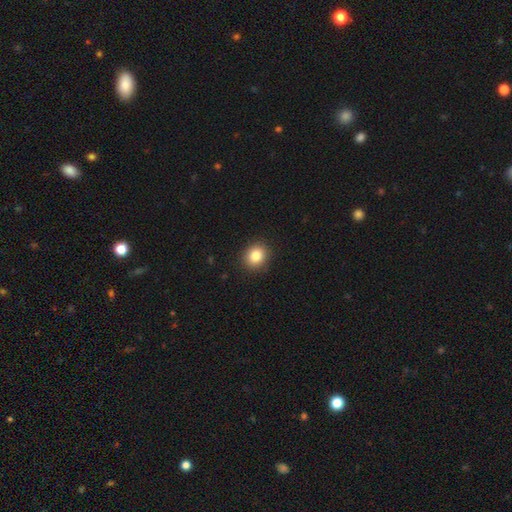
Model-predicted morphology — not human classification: This is clearly a smooth galaxy (82%). How rounded: likely round (76%). Merging: clearly none (91%).